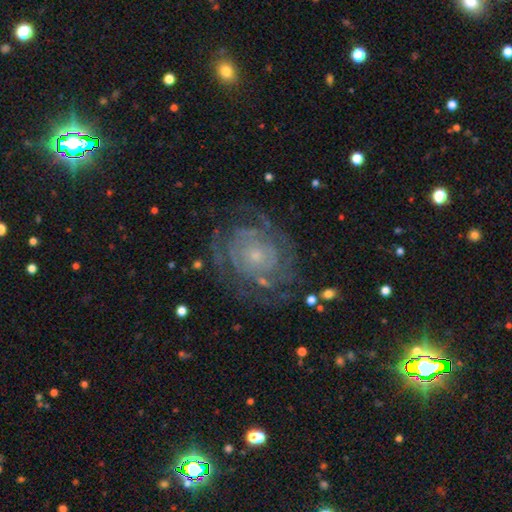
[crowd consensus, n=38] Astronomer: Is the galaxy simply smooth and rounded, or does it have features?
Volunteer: featured or disk — 82%.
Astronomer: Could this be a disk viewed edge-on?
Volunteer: no — 97%.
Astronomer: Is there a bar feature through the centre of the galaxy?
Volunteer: no — 80%.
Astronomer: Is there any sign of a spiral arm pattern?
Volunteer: yes — 90%.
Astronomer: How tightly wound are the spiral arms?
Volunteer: tight — 78%.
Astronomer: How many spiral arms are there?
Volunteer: can't tell — 41% (runner-up: 2, 30%).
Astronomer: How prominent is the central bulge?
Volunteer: small — 77%.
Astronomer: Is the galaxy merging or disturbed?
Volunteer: none — 63%.